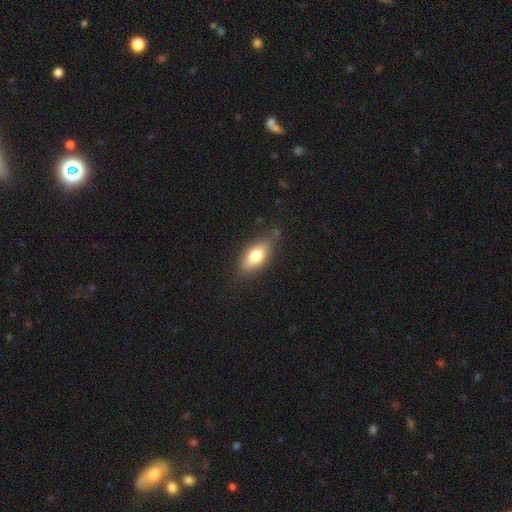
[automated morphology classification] Q: Smooth or featured?
A: smooth (74%); runner-up: featured or disk (19%)
Q: How rounded?
A: in between (84%); runner-up: cigar-shaped (11%)
Q: Merging?
A: none (75%); runner-up: minor disturbance (19%)